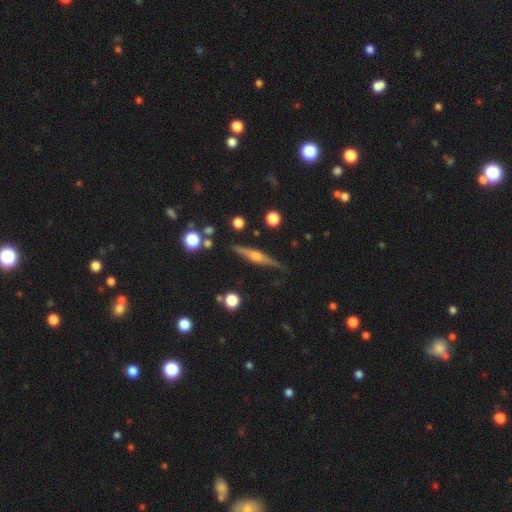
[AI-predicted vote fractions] A featured or disk galaxy (76%) viewed edge-on (97%) with a rounded central bulge (88%). Merging: none (86%).